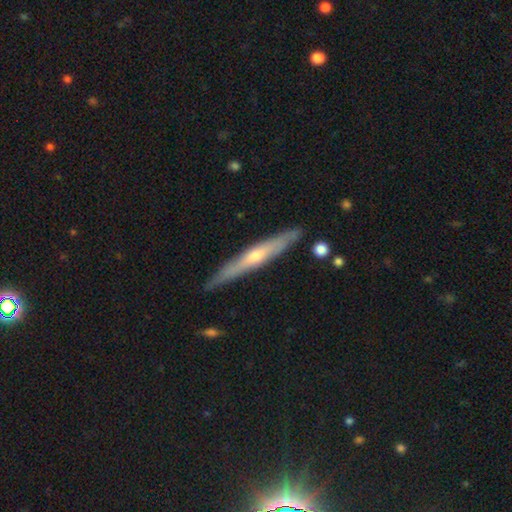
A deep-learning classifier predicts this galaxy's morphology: smooth_or_featured: featured or disk (p=0.67) [alt: smooth p=0.26]
disk_edge_on: yes (p=0.94) [alt: no p=0.06]
edge_on_bulge: rounded (p=0.74) [alt: none p=0.22]
merging: none (p=0.88) [alt: minor disturbance p=0.09]